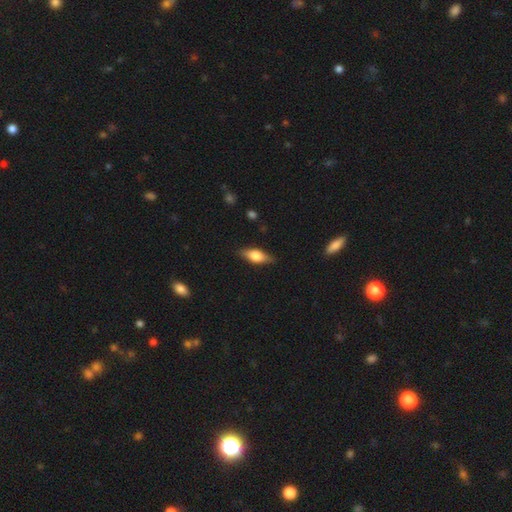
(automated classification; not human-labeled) Smooth or featured?
  - smooth: 55% *
  - featured or disk: 38%
  - star or artifact: 7%
How rounded?
  - in between: 70% *
  - cigar-shaped: 26%
  - round: 4%
Merging?
  - none: 84% *
  - minor disturbance: 12%
  - major disturbance: 2%
  - merger: 1%